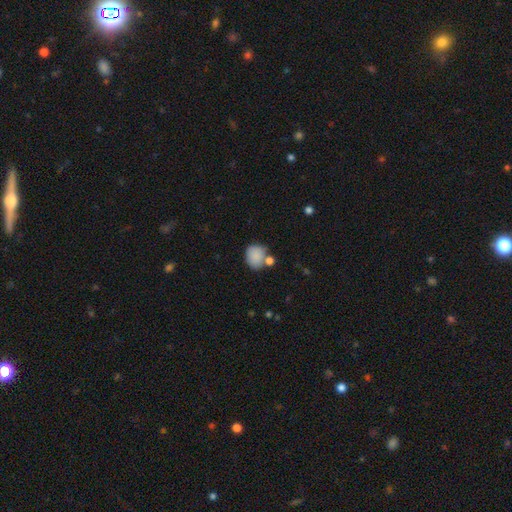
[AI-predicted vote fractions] The model was most divided on "merging": none: 59%, merger: 20%, minor disturbance: 15%, major disturbance: 5%. More confident: smooth or featured — smooth (85%); how rounded — round (69%).